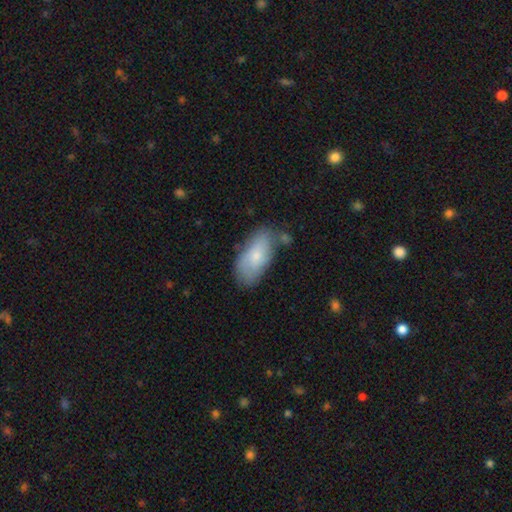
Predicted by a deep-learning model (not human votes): Morphology: type=smooth (70%); roundness=in between (91%); merging=none (62%).